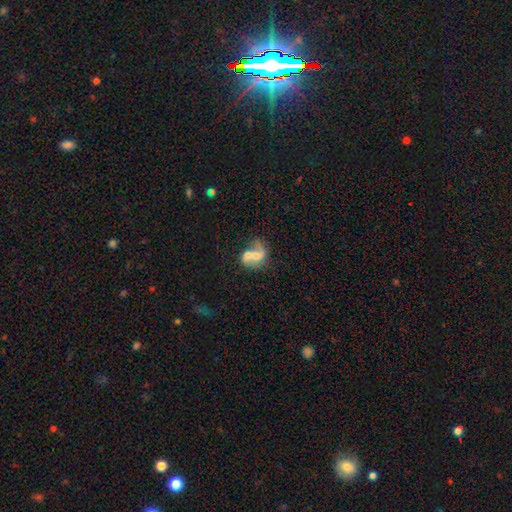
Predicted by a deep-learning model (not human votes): This is possibly a featured or disk galaxy (57%). It is clearly not viewed edge-on (97%). Bar: likely no (64%). Spiral arm pattern: likely yes (62%). Central bulge: possibly moderate (47%). Merging: possibly merger (55%).